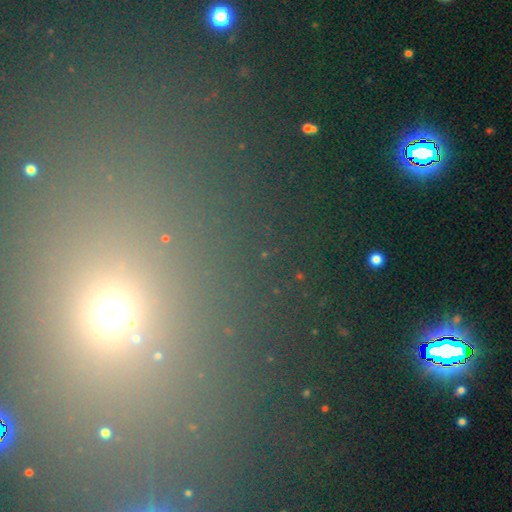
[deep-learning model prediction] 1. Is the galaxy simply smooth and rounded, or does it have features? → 65% star or artifact, 26% smooth, 9% featured or disk.